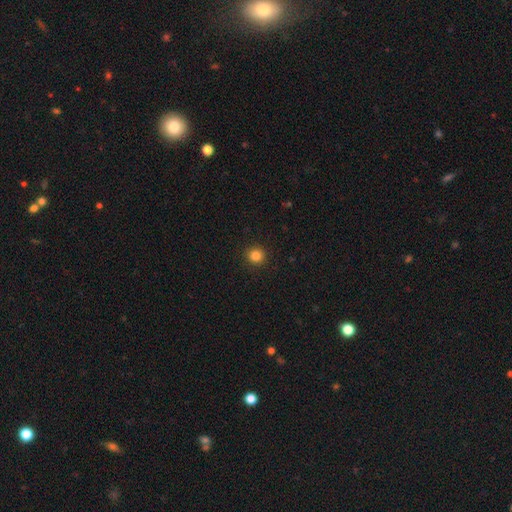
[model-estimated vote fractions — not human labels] A smooth galaxy with no disk features (84%) that is round (93%).

Vote fractions:
- Smooth or featured? smooth: 84% / star or artifact: 12% / featured or disk: 4%
- How rounded? round: 93% / in between: 6% / cigar-shaped: 1%
- Merging? none: 93% / minor disturbance: 4% / major disturbance: 2% / merger: 1%